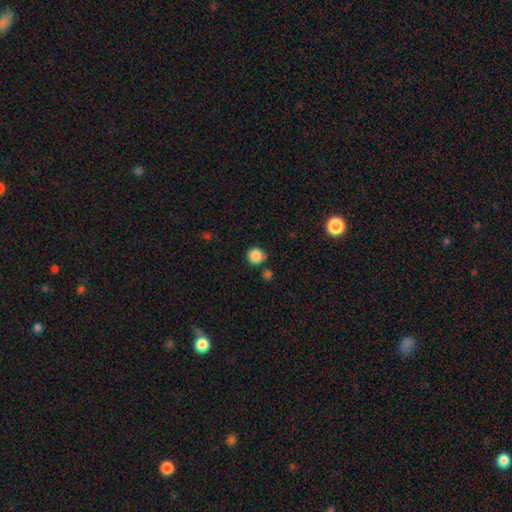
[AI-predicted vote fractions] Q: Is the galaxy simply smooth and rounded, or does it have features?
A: smooth — 87%.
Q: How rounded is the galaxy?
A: round — 94%.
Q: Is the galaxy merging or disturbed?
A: none — 82%.